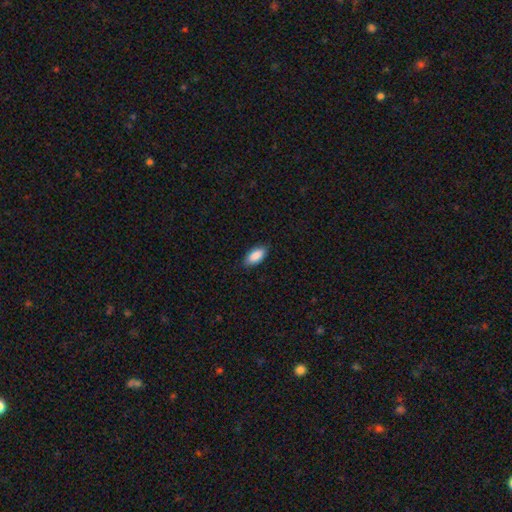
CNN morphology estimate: A smooth galaxy with no disk features (89%) that is in between round and cigar-shaped (91%).

Vote fractions:
- Smooth or featured? smooth: 89% / star or artifact: 6% / featured or disk: 5%
- How rounded? in between: 91% / cigar-shaped: 7% / round: 2%
- Merging? none: 86% / minor disturbance: 11% / major disturbance: 2% / merger: 1%